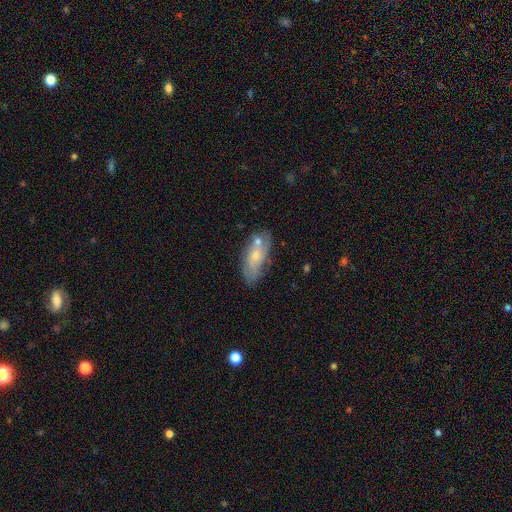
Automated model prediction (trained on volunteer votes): A smooth galaxy with no disk features (49%). Merging: none (53%).